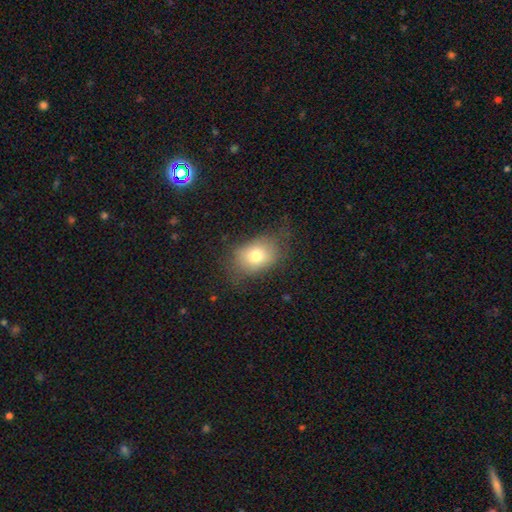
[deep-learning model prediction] A smooth galaxy with no disk features (75%) that is in between round and cigar-shaped (67%). Merging: none (67%).